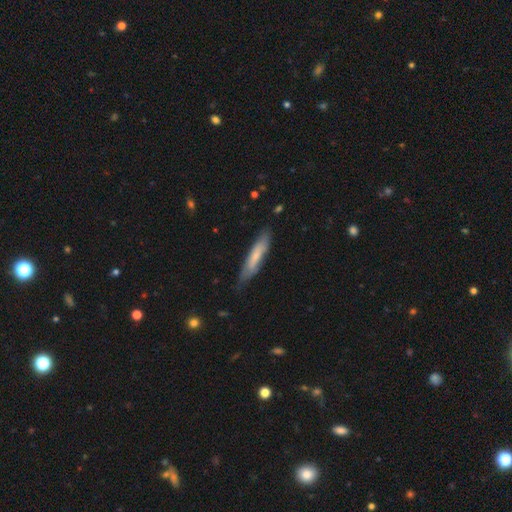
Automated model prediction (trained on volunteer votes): A smooth galaxy with no disk features (66%) that is cigar-shaped (84%). Merging: none (74%).